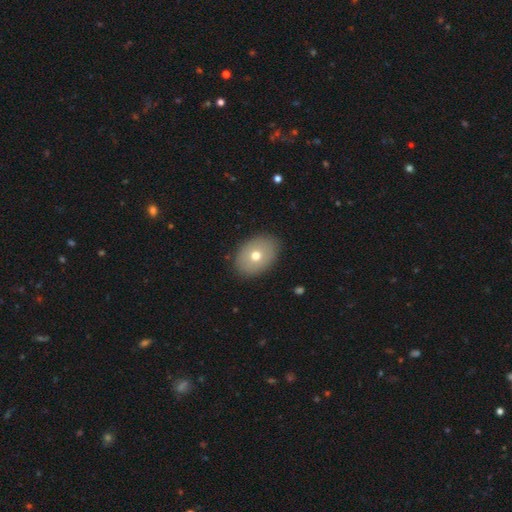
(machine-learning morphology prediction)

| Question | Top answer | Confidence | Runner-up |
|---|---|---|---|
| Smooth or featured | smooth | 68% | featured or disk (23%) |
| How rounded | in between | 76% | round (23%) |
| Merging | none | 87% | minor disturbance (9%) |